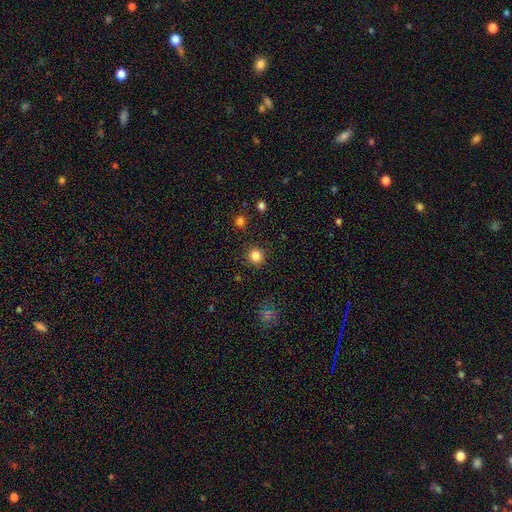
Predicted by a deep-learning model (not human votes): Morphology: type=smooth (84%); roundness=round (94%); merging=none (91%).